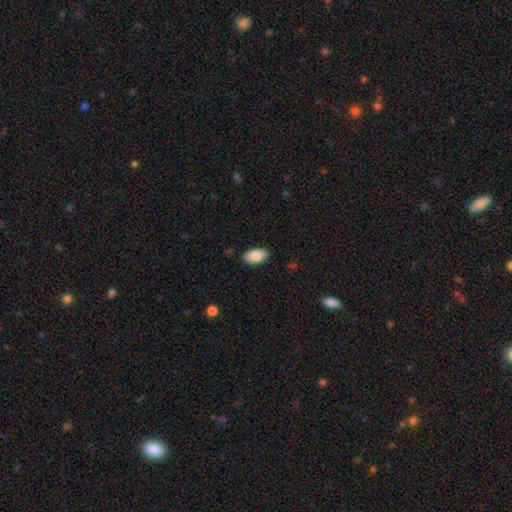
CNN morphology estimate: smooth-or-featured: smooth: 86% | featured or disk: 8% | star or artifact: 6%
  how-rounded: in between: 95% | round: 3% | cigar-shaped: 2%
  merging: none: 86% | minor disturbance: 11% | major disturbance: 2% | merger: 1%